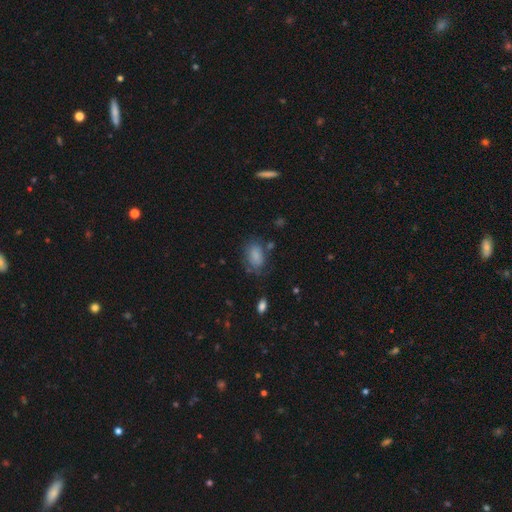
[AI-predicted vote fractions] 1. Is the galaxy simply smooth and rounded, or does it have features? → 80% smooth, 10% featured or disk, 9% star or artifact.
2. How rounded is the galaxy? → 84% in between, 14% round, 2% cigar-shaped.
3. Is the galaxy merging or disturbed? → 60% none, 24% minor disturbance, 10% major disturbance, 6% merger.